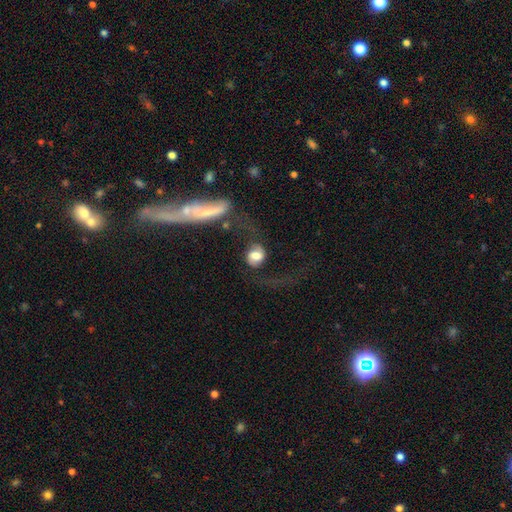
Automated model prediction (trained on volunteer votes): Smooth or featured? featured or disk (48%)
Merging? none (40%)